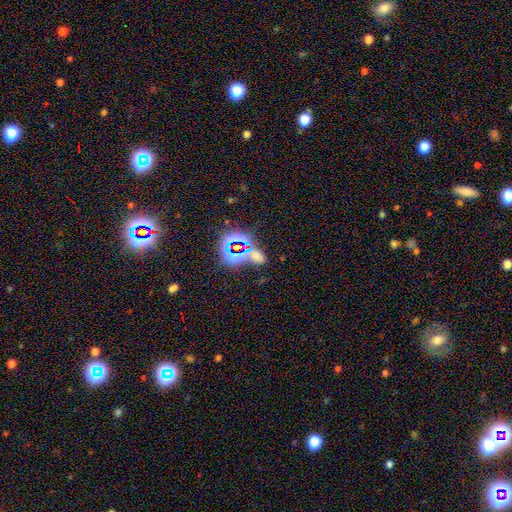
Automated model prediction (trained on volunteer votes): Morphology: type=star or artifact (56%).